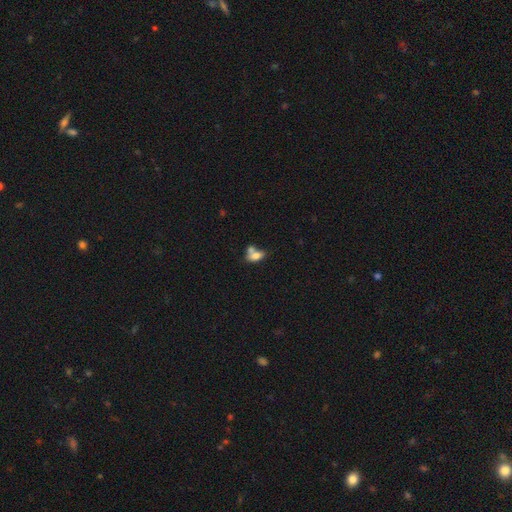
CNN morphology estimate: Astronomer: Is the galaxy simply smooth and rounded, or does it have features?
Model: smooth — 73%.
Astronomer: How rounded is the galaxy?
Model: in between — 85%.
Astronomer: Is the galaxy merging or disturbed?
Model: merger — 51% (runner-up: none, 30%).